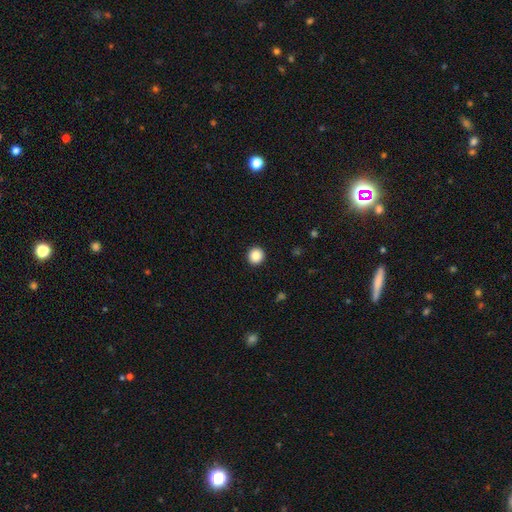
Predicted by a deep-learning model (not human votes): Smooth or featured?
  - smooth: 87% *
  - star or artifact: 9%
  - featured or disk: 3%
How rounded?
  - round: 93% *
  - in between: 6%
  - cigar-shaped: 1%
Merging?
  - none: 93% *
  - minor disturbance: 4%
  - major disturbance: 2%
  - merger: 1%